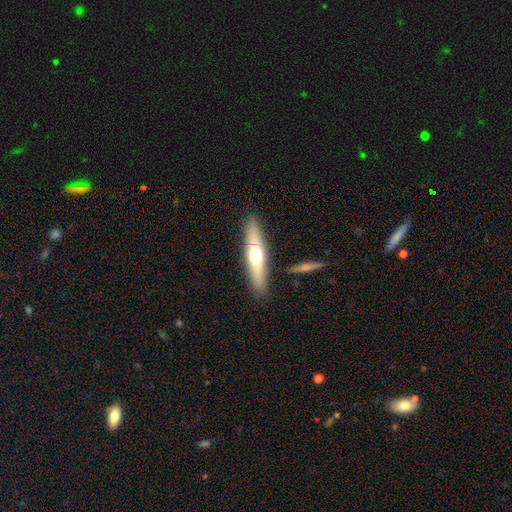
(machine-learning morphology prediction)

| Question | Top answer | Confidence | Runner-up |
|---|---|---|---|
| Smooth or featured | featured or disk | 49% | smooth (45%) |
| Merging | none | 87% | minor disturbance (8%) |